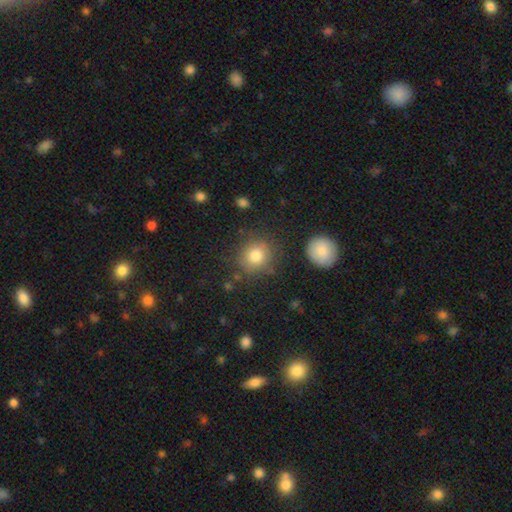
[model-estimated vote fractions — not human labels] This appears to be a smooth galaxy with no disk features (81%) that is round (82%). Merging: none (82%).